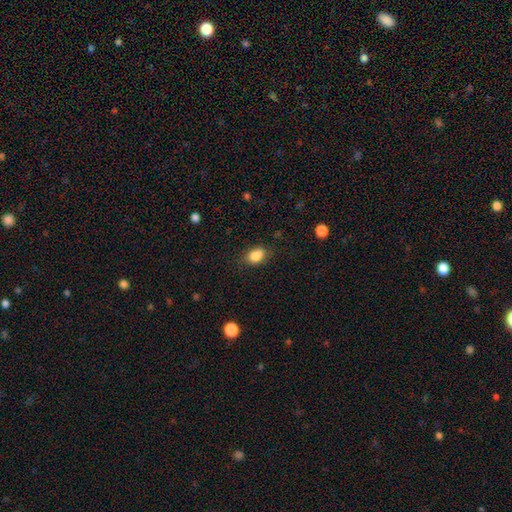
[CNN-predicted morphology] A smooth galaxy with no disk features (85%) that is in between round and cigar-shaped (72%).

Vote fractions:
- Smooth or featured? smooth: 85% / star or artifact: 9% / featured or disk: 6%
- How rounded? in between: 72% / round: 27% / cigar-shaped: 1%
- Merging? none: 76% / minor disturbance: 18% / major disturbance: 4% / merger: 2%